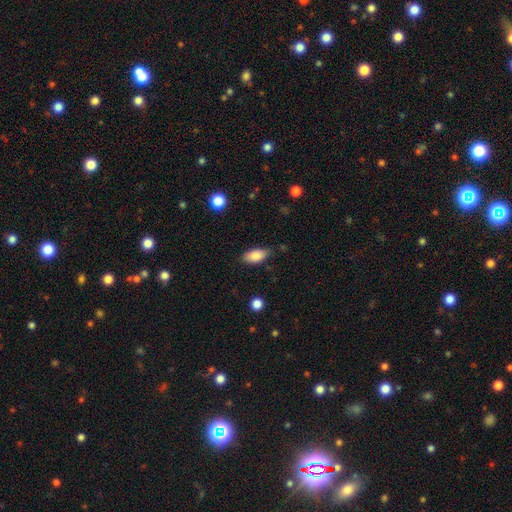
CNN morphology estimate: Overall: smooth (86%). How rounded: in between (89%). Merging: none (77%).